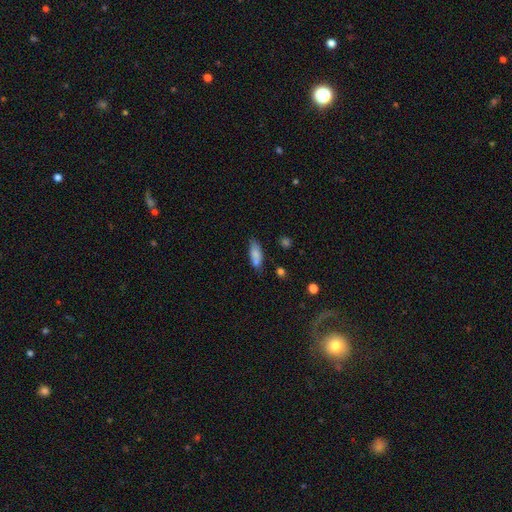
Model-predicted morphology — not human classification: A smooth galaxy with no disk features (77%) that is in between round and cigar-shaped (70%).

Vote fractions:
- Smooth or featured? smooth: 77% / featured or disk: 14% / star or artifact: 9%
- How rounded? in between: 70% / cigar-shaped: 27% / round: 3%
- Merging? none: 57% / minor disturbance: 20% / merger: 17% / major disturbance: 6%